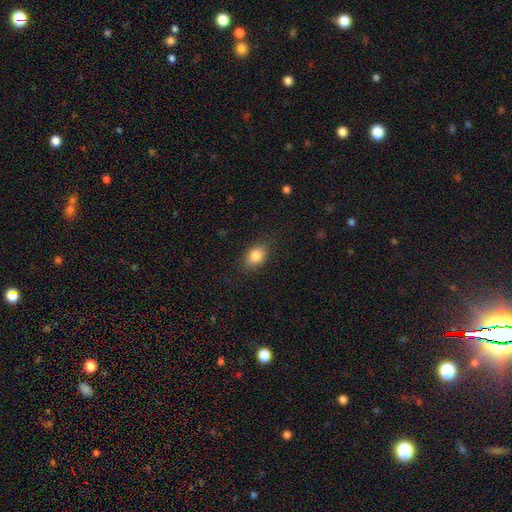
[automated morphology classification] Smooth or featured? smooth (83%)
How rounded? in between (74%)
Merging? none (83%)